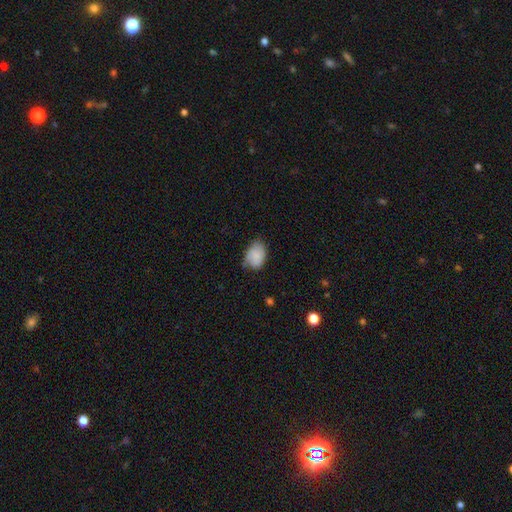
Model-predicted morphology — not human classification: Smooth or featured?
  - smooth: 81% *
  - featured or disk: 12%
  - star or artifact: 7%
How rounded?
  - in between: 77% *
  - round: 22%
  - cigar-shaped: 1%
Merging?
  - none: 58% *
  - minor disturbance: 33%
  - major disturbance: 6%
  - merger: 2%